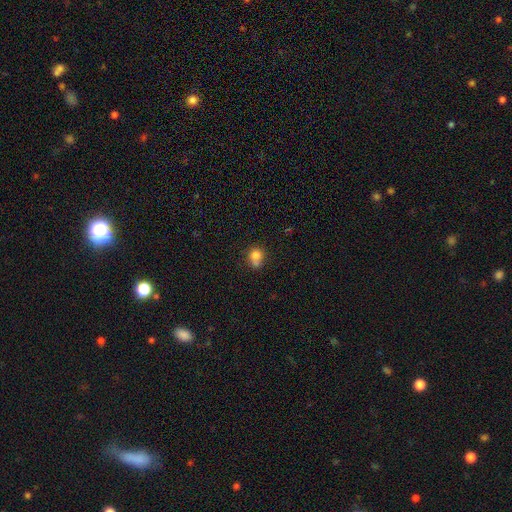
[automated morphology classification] smooth-or-featured: smooth: 78% | star or artifact: 11% | featured or disk: 11%
  how-rounded: round: 69% | in between: 30% | cigar-shaped: 1%
  merging: none: 40% | merger: 32% | minor disturbance: 20% | major disturbance: 8%